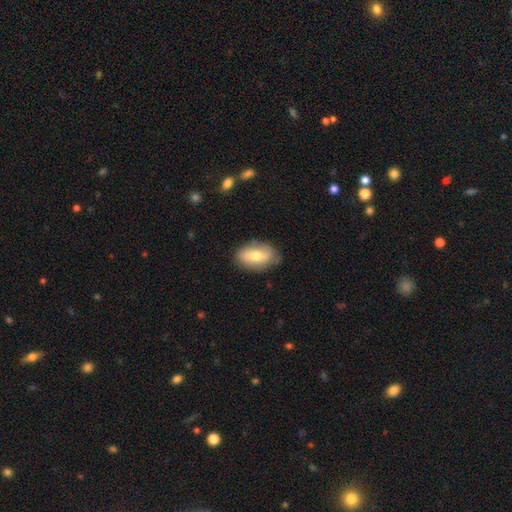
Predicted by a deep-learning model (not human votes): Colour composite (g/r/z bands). It shows a smooth galaxy with no disk features (60%) that is in between round and cigar-shaped (90%). Merging: none (80%).